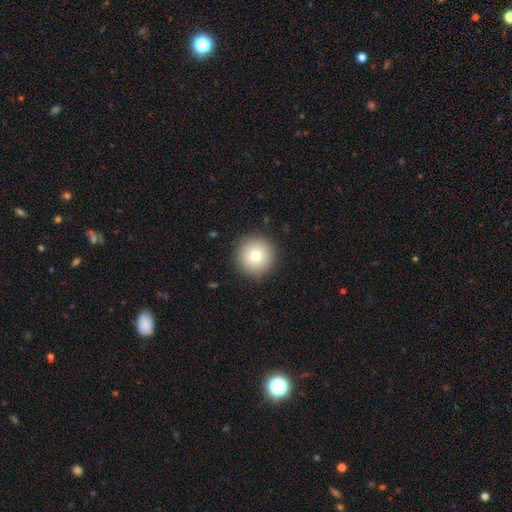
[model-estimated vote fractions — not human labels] This is likely a smooth galaxy (77%). How rounded: clearly round (96%). Merging: clearly none (91%).